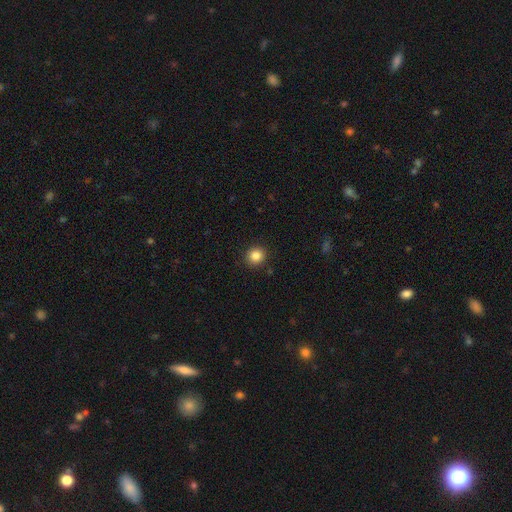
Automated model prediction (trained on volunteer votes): Overall: smooth (84%). How rounded: round (87%). Merging: none (91%).